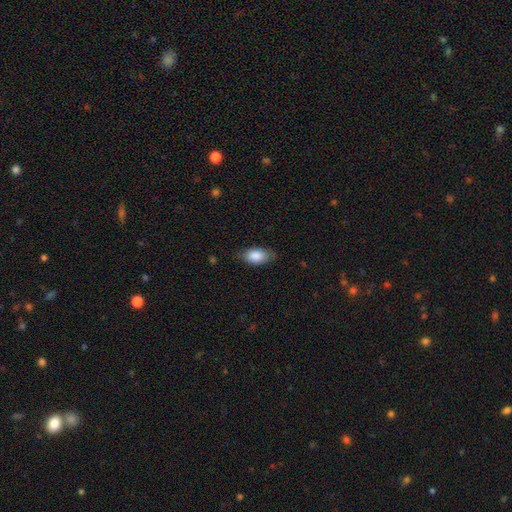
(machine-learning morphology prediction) smooth-or-featured: smooth: 86% | featured or disk: 7% | star or artifact: 6%
  how-rounded: in between: 92% | round: 4% | cigar-shaped: 4%
  merging: none: 76% | minor disturbance: 19% | major disturbance: 4% | merger: 1%